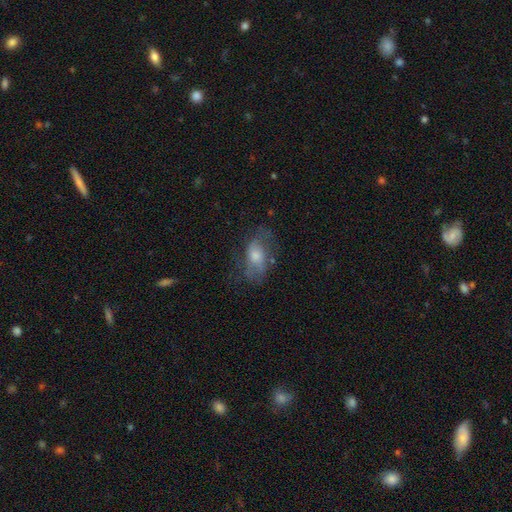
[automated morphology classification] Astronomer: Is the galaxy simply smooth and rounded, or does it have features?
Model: featured or disk — 45%, tied with smooth at 45%.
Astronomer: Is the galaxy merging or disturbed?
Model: none — 52%.